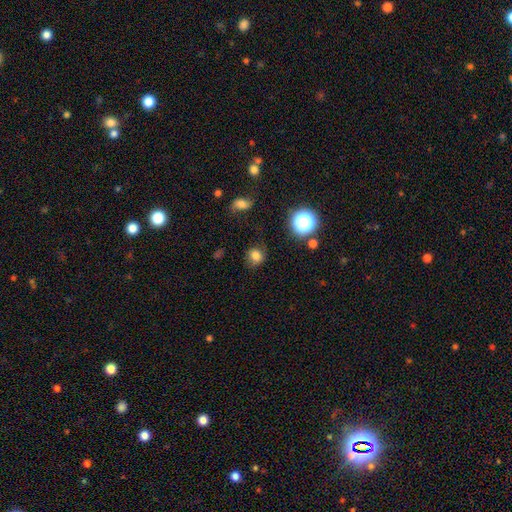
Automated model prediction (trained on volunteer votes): This appears to be a smooth galaxy with no disk features (77%) that is round (72%). Merging: none (75%).